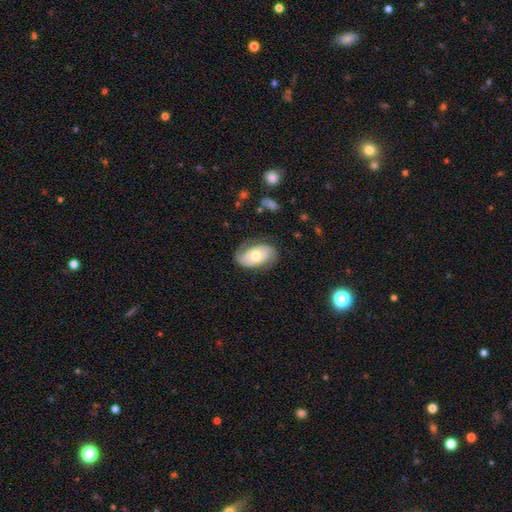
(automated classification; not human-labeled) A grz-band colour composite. It shows a featured or disk galaxy (69%) with no bar (69%), 2 (76%) tight (49%) spiral arms (86%) and a moderate central bulge (71%). Merging: none (72%).